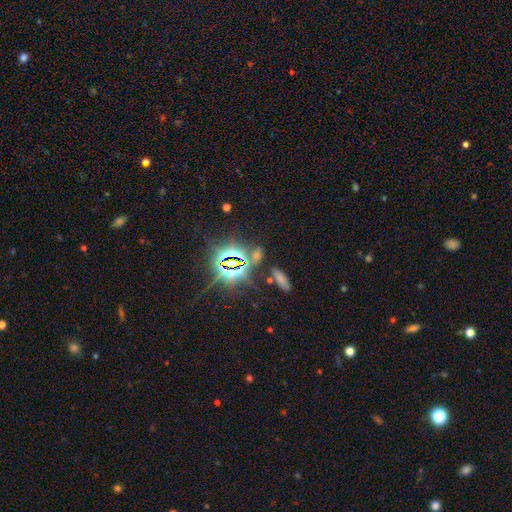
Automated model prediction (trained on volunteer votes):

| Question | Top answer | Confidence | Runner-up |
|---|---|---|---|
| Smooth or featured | star or artifact | 66% | smooth (24%) |